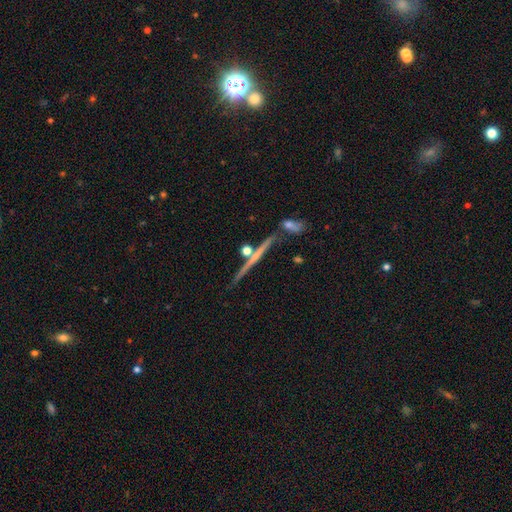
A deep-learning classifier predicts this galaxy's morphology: Smooth or featured? featured or disk (71%)
Edge-on disk? yes (97%)
Edge-on bulge? rounded (48%)
Merging? none (77%)